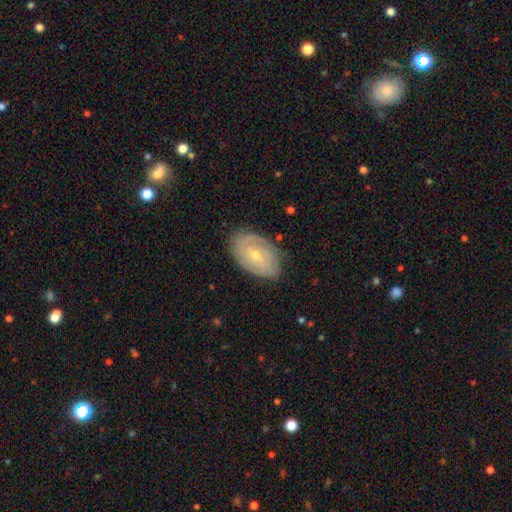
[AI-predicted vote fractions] featured or disk 74%, smooth 20%, star or artifact 6%. Down the decision tree: edge-on disk — no (95%); bar — no (51%); spiral arms — yes (87%); spiral arm count — can't tell (40%); spiral winding — tight (70%); bulge size — small (62%); merging — none (78%).